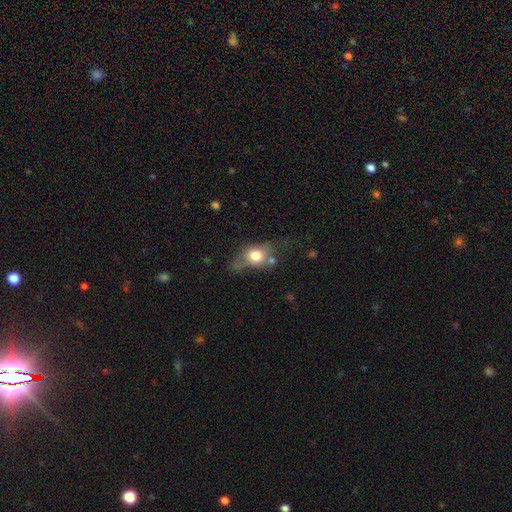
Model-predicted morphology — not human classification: Overall: smooth (68%). How rounded: in between (55%; round 39%). Merging: none (43%; minor disturbance 29%).